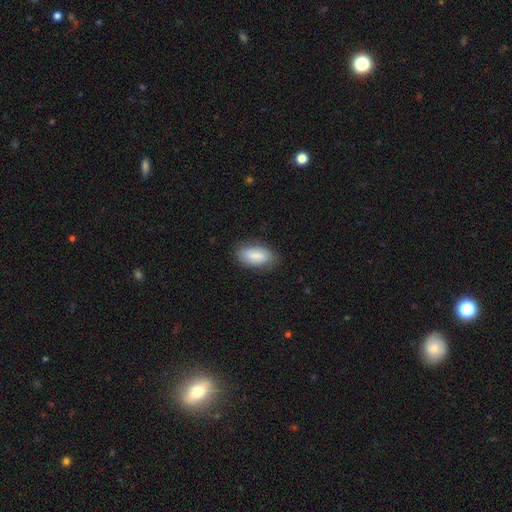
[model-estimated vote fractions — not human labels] smooth_or_featured: smooth (p=0.83) [alt: featured or disk p=0.11]
how_rounded: in between (p=0.90) [alt: cigar-shaped p=0.07]
merging: none (p=0.82) [alt: minor disturbance p=0.14]